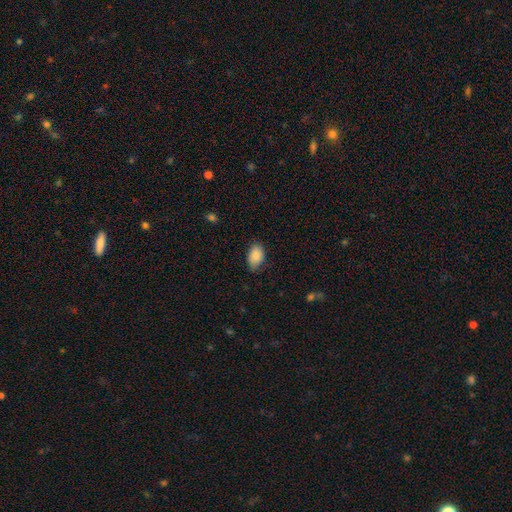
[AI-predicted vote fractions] Q: Smooth or featured?
A: smooth (89%); runner-up: star or artifact (7%)
Q: How rounded?
A: in between (90%); runner-up: round (8%)
Q: Merging?
A: none (75%); runner-up: minor disturbance (21%)